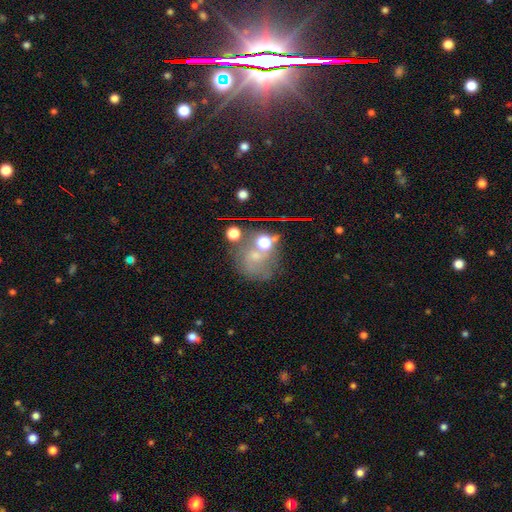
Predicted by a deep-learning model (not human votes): Overall: smooth (42%; star or artifact 31%). Merging: none (46%; merger 21%).